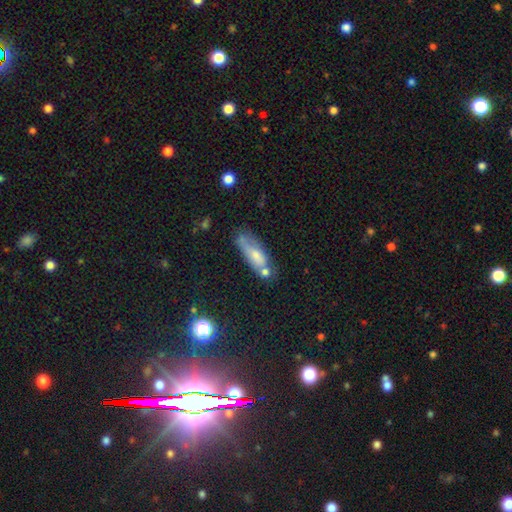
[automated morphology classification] Smooth or featured? Predicted: smooth (p=0.63). How rounded? Predicted: in between (p=0.59). Merging? Predicted: none (p=0.38).